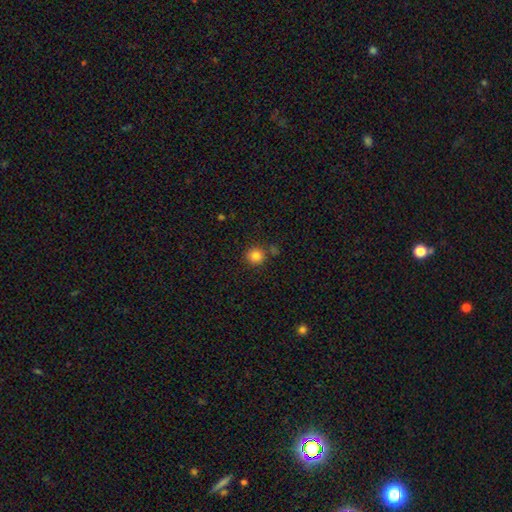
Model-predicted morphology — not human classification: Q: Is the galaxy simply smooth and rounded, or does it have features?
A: smooth — 84%.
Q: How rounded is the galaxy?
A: round — 93%.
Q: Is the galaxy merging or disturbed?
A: none — 81%.